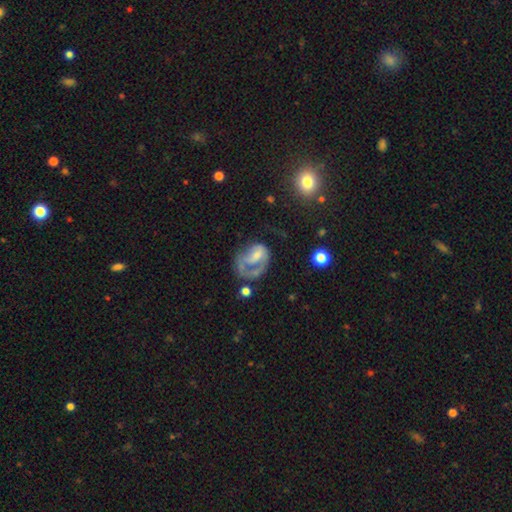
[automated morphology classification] Smooth or featured? featured or disk (60%)
Edge-on disk? no (97%)
Bar? no (60%)
Spiral arms? yes (60%)
Bulge size? small (31%)
Merging? major disturbance (46%)